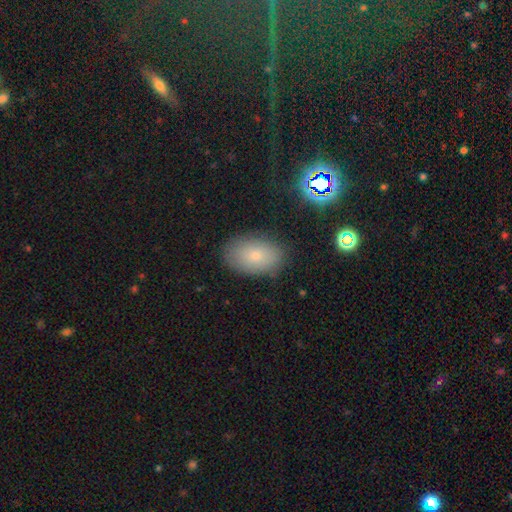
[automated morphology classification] This is likely a smooth galaxy (74%). How rounded: clearly in between (89%). Merging: clearly none (84%).